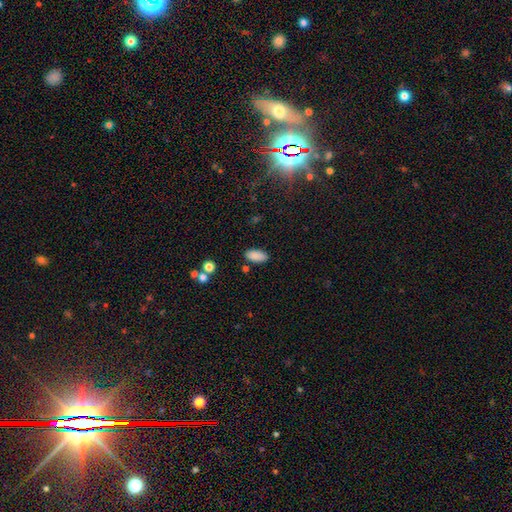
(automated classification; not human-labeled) smooth 87%, star or artifact 8%, featured or disk 5%. Down the decision tree: how rounded — in between (90%); merging — none (83%).